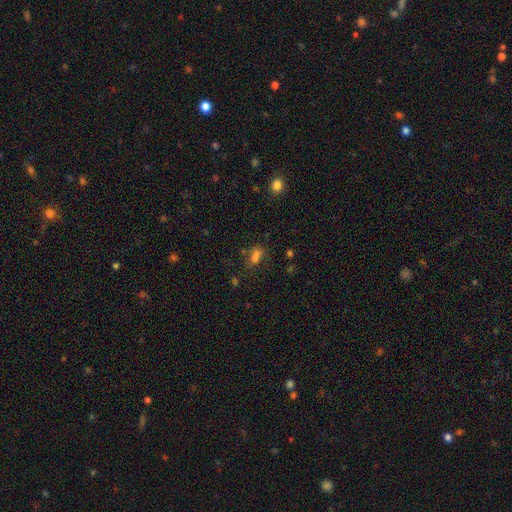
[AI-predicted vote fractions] This appears to be a smooth galaxy with no disk features (66%) that is in between round and cigar-shaped (74%). Merging: none (54%).